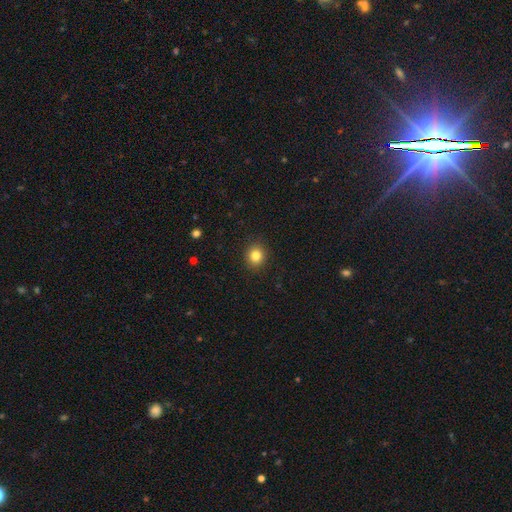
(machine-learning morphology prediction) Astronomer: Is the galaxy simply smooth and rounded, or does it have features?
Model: smooth — 82%.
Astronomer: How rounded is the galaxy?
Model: round — 81%.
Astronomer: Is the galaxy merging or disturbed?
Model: none — 91%.